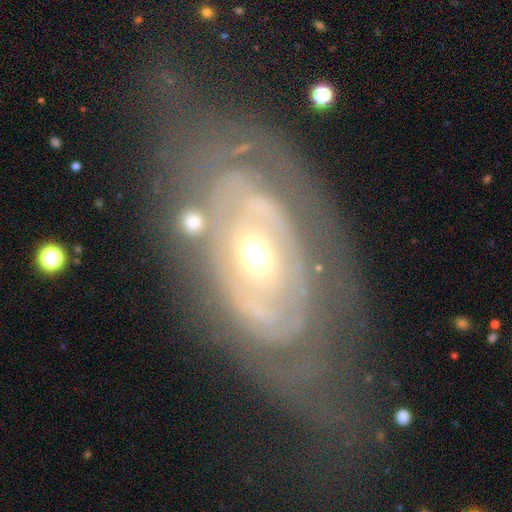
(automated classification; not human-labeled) smooth-or-featured: featured or disk: 81% | smooth: 13% | star or artifact: 6%
  disk-edge-on: no: 93% | yes: 7%
    bar: no: 72% | weak: 19% | strong: 9%
    has-spiral-arms: yes: 64% | no: 36%
    bulge-size: moderate: 66% | small: 24% | large: 8% | dominant: 2% | none: 1%
  merging: none: 61% | minor disturbance: 19% | major disturbance: 16% | merger: 4%